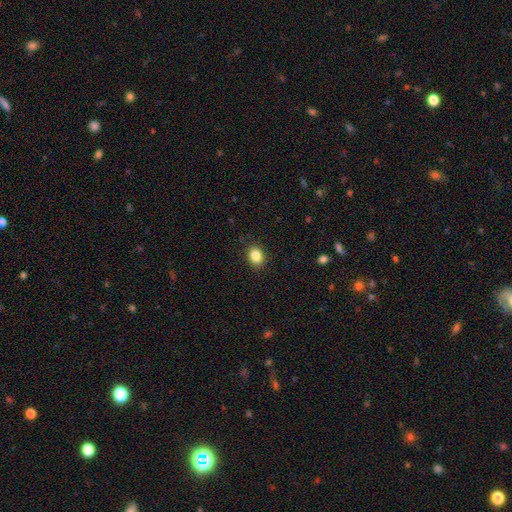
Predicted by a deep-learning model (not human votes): smooth-or-featured: smooth: 86% | star or artifact: 9% | featured or disk: 5%
  how-rounded: in between: 58% | round: 41% | cigar-shaped: 1%
  merging: none: 89% | minor disturbance: 7% | major disturbance: 2% | merger: 1%